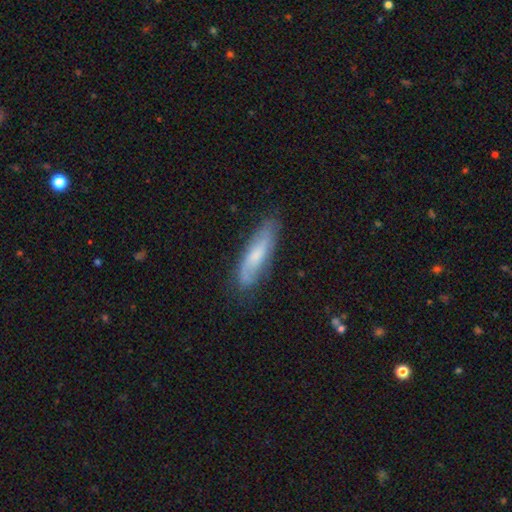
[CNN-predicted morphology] This is possibly a smooth galaxy (51%). How rounded: likely cigar-shaped (64%). Merging: likely none (75%).